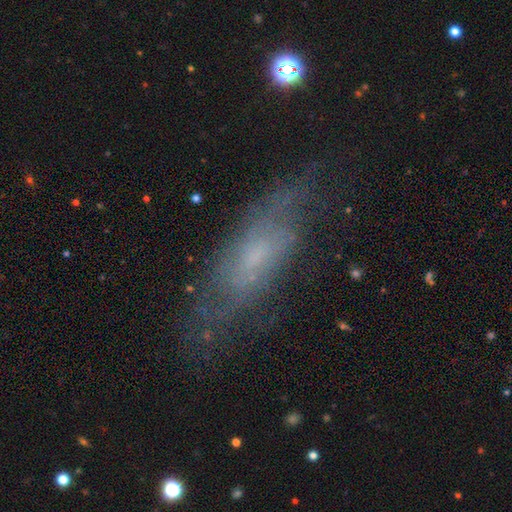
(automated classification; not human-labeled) smooth_or_featured: featured or disk (p=0.63) [alt: smooth p=0.26]
disk_edge_on: no (p=0.76) [alt: yes p=0.24]
merging: none (p=0.70) [alt: minor disturbance p=0.20]